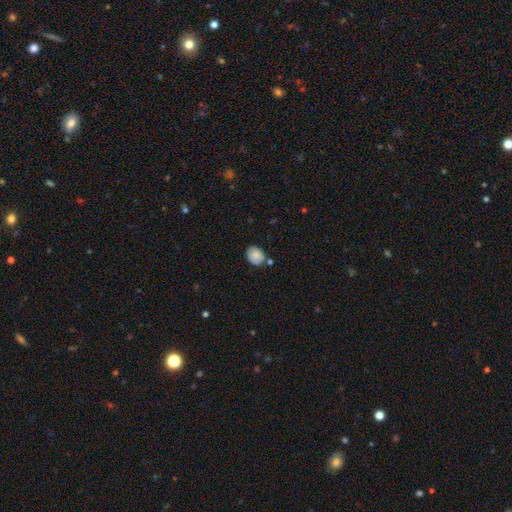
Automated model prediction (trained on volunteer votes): This is likely a smooth galaxy (79%). How rounded: possibly round (53%). Merging: likely none (70%).